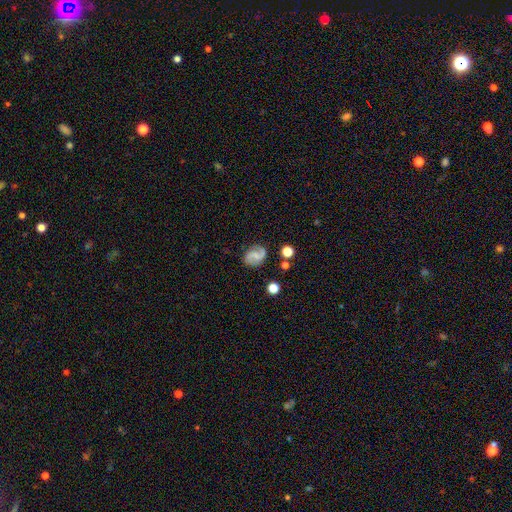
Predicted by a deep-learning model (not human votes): Overall: featured or disk (67%). Edge-on disk: no (98%). Bar: weak (47%; no 37%). Spiral arms: yes (93%). Spiral arm count: 2 (89%). Spiral winding: medium (46%; loose 35%). Bulge size: small (46%; none 32%). Merging: none (80%).